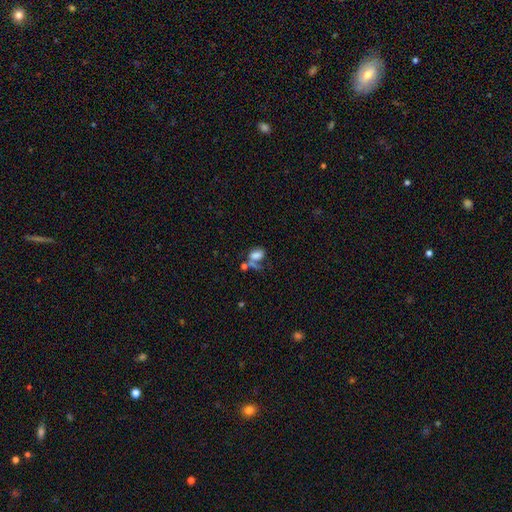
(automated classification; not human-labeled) Smooth or featured? smooth (65%)
How rounded? in between (80%)
Merging? merger (38%)